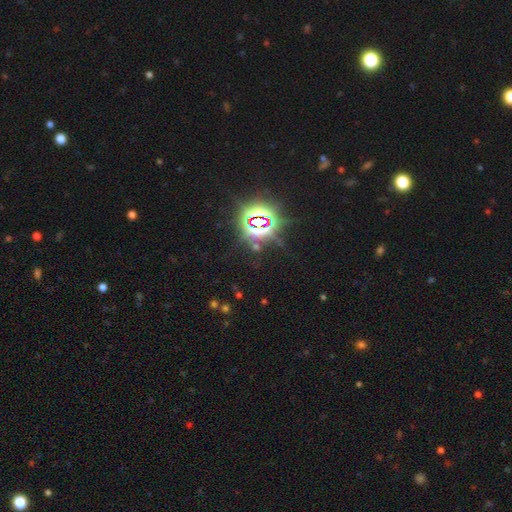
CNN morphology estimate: This is clearly a star or artifact rather than a galaxy (84%).